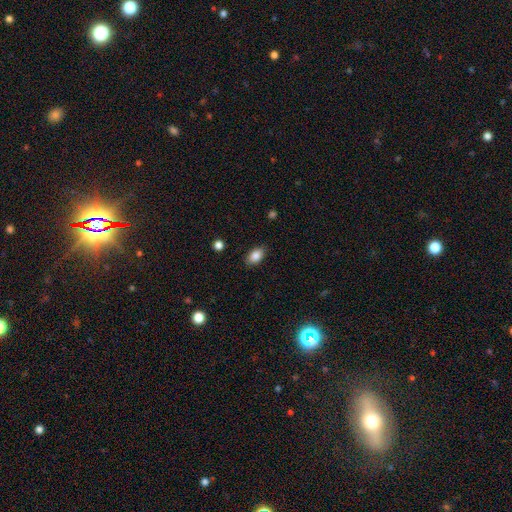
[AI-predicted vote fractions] A smooth galaxy with no disk features (86%) that is in between round and cigar-shaped (89%).

Vote fractions:
- Smooth or featured? smooth: 86% / star or artifact: 8% / featured or disk: 6%
- How rounded? in between: 89% / round: 9% / cigar-shaped: 2%
- Merging? none: 86% / minor disturbance: 11% / major disturbance: 2% / merger: 1%